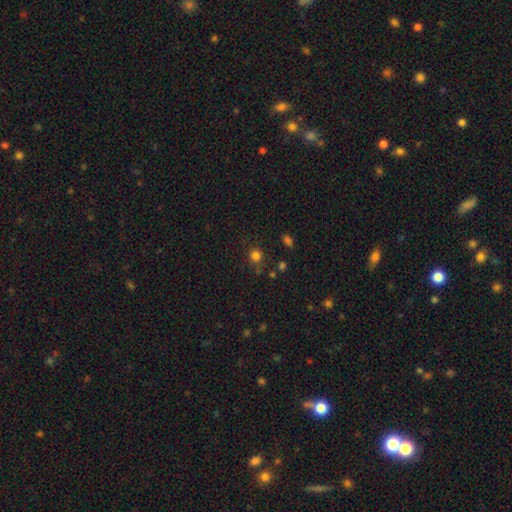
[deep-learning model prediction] A smooth galaxy with no disk features (77%) that is round (89%). Merging: none (81%).